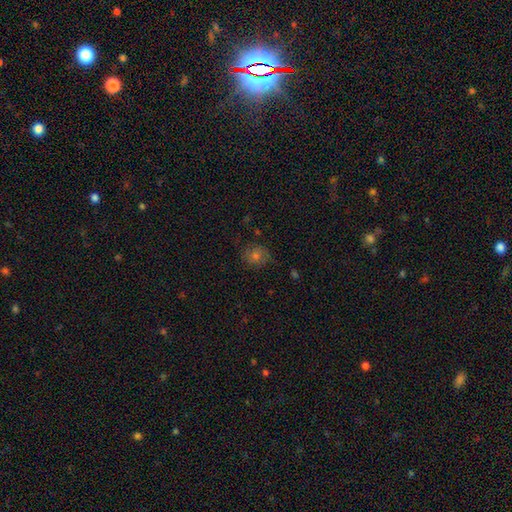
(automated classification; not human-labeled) Smooth or featured? Predicted: smooth (p=0.48). Merging? Predicted: none (p=0.77).